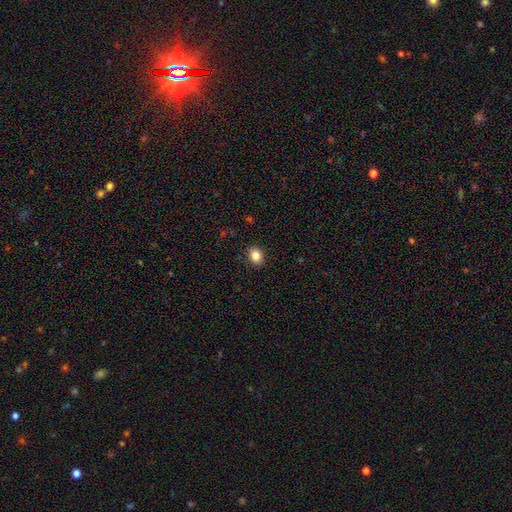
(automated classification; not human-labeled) Smooth or featured? Predicted: smooth (p=0.85). How rounded? Predicted: in between (p=0.56). Merging? Predicted: none (p=0.90).